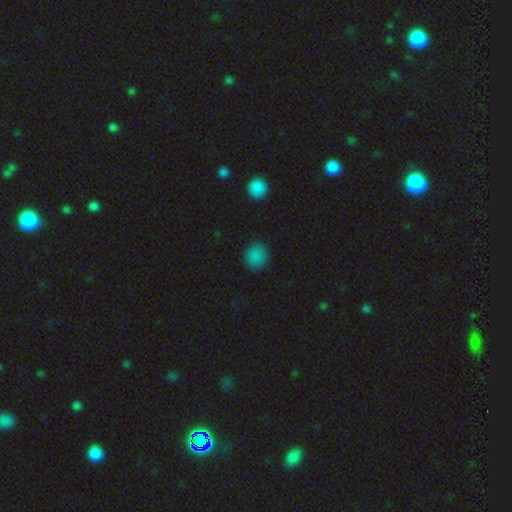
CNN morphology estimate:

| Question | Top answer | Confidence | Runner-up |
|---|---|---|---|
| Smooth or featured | smooth | 85% | star or artifact (11%) |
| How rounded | round | 84% | in between (15%) |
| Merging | none | 89% | minor disturbance (7%) |